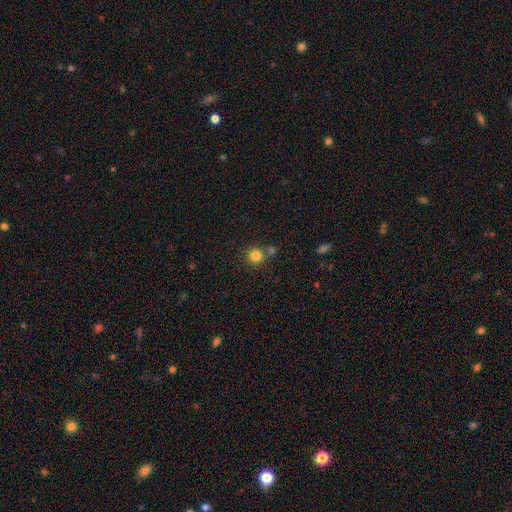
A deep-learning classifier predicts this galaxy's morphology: smooth 82%, star or artifact 12%, featured or disk 6%. Down the decision tree: how rounded — round (92%); merging — none (67%).